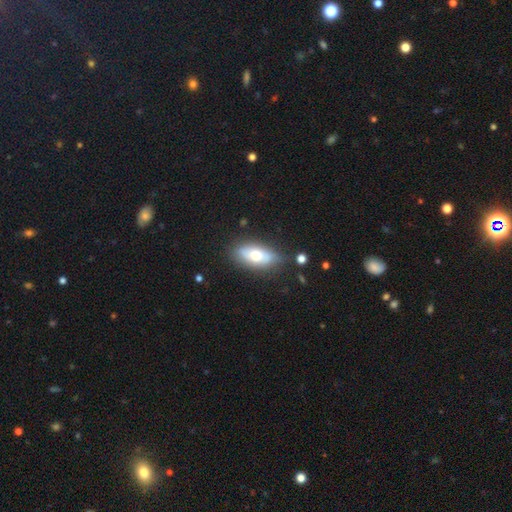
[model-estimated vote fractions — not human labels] Overall: smooth (60%; featured or disk 33%). How rounded: in between (84%). Merging: none (77%).